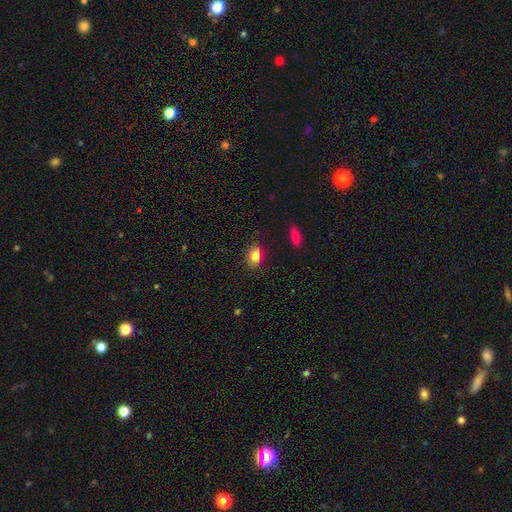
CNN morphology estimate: Smooth or featured? Predicted: smooth (p=0.82). How rounded? Predicted: in between (p=0.69). Merging? Predicted: none (p=0.81).